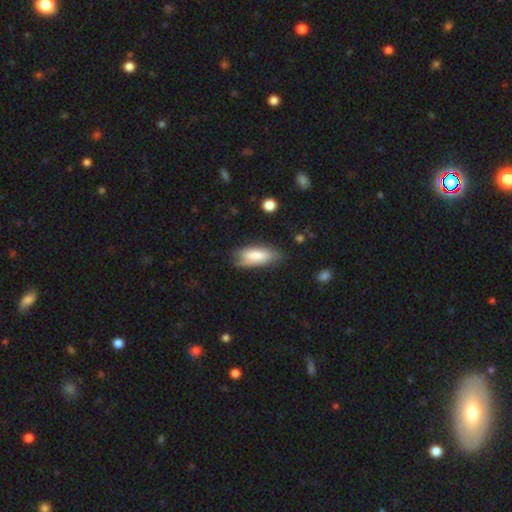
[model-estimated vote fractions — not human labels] smooth_or_featured: smooth (p=0.78) [alt: featured or disk p=0.15]
how_rounded: in between (p=0.75) [alt: cigar-shaped p=0.23]
merging: none (p=0.67) [alt: minor disturbance p=0.25]